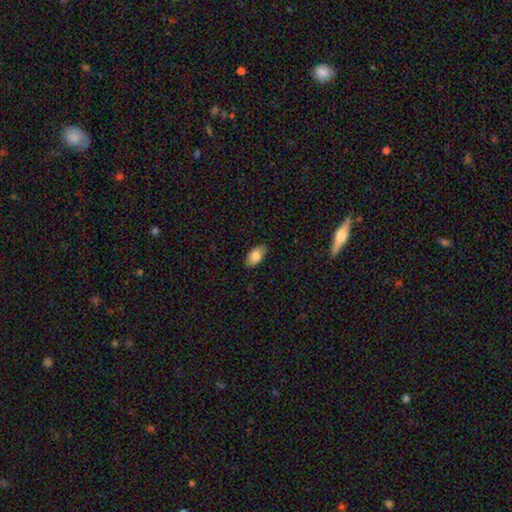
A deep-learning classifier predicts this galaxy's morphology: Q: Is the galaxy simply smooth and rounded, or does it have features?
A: smooth — 84%.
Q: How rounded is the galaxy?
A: in between — 92%.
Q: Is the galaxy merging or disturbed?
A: none — 85%.